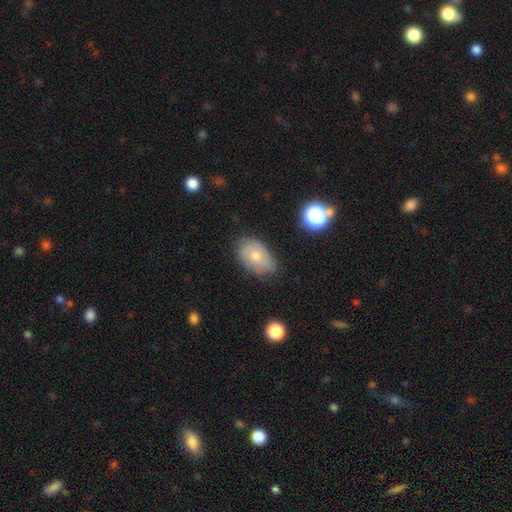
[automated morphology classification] Q: Smooth or featured?
A: smooth (56%); runner-up: featured or disk (35%)
Q: How rounded?
A: in between (88%); runner-up: round (11%)
Q: Merging?
A: none (69%); runner-up: minor disturbance (24%)